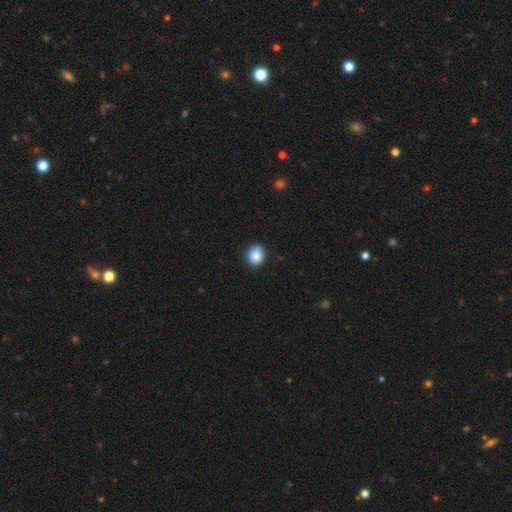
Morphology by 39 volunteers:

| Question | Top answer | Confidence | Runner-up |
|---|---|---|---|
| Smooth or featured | smooth | 90% | star or artifact (8%) |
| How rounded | round | 60% | in between (40%) |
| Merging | none | 83% | minor disturbance (11%) |